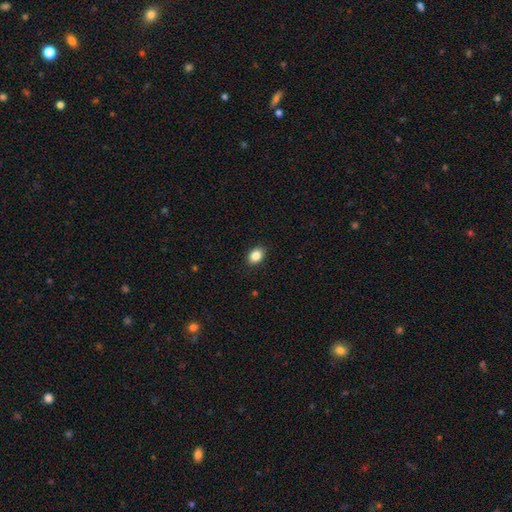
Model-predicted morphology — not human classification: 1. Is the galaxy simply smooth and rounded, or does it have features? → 86% smooth, 9% star or artifact, 5% featured or disk.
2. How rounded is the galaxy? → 76% in between, 23% round, 1% cigar-shaped.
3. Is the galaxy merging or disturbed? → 89% none, 8% minor disturbance, 2% major disturbance, 1% merger.